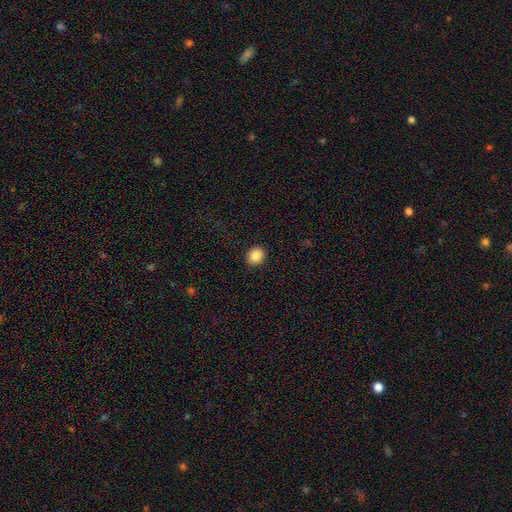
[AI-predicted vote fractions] smooth 87%, star or artifact 9%, featured or disk 4%. Down the decision tree: how rounded — round (76%); merging — none (91%).